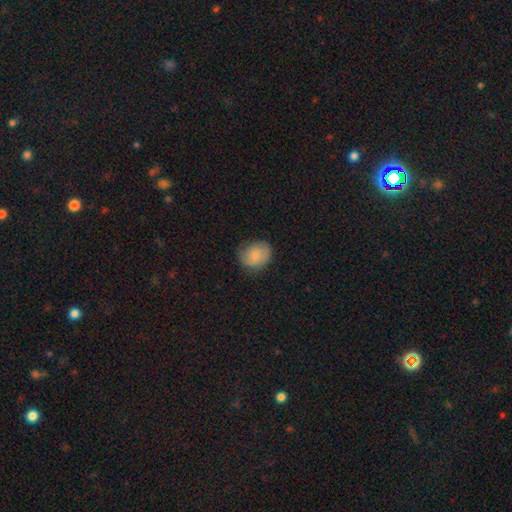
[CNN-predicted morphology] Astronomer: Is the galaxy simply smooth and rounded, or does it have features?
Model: smooth — 75%.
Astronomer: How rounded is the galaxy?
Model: round — 67%.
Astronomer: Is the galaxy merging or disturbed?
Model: none — 73%.